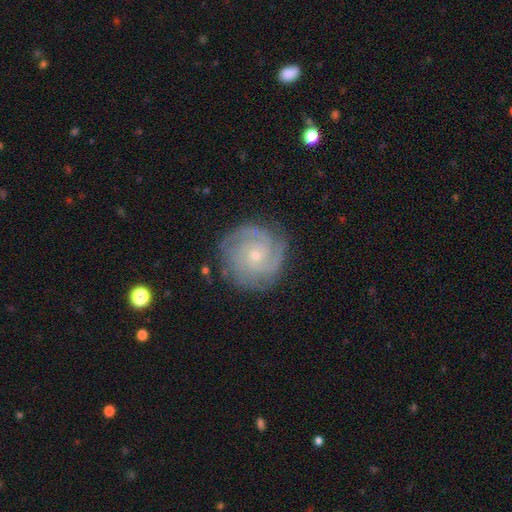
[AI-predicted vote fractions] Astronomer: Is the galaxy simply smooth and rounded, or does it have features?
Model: featured or disk — 85%.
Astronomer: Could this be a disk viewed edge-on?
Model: no — 98%.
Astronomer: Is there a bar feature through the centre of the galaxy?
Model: no — 74%.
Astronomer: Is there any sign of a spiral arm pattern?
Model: yes — 97%.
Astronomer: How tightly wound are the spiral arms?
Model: tight — 75%.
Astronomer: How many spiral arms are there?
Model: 3 — 33% (runner-up: can't tell, 21%).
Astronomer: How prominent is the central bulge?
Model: small — 68%.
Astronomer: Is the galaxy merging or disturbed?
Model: none — 82%.